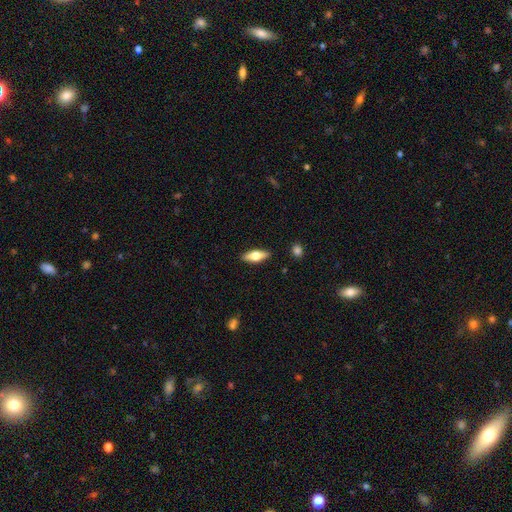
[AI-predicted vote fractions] Smooth or featured?
  - smooth: 53% *
  - featured or disk: 40%
  - star or artifact: 6%
How rounded?
  - in between: 64% *
  - cigar-shaped: 33%
  - round: 3%
Merging?
  - none: 88% *
  - minor disturbance: 8%
  - major disturbance: 2%
  - merger: 1%